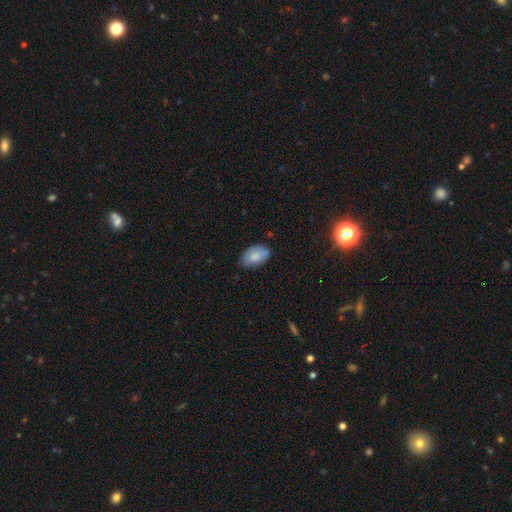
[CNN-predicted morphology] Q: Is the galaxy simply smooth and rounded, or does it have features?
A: smooth — 80%.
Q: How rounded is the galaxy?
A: in between — 92%.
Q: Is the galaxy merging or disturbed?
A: none — 70%.